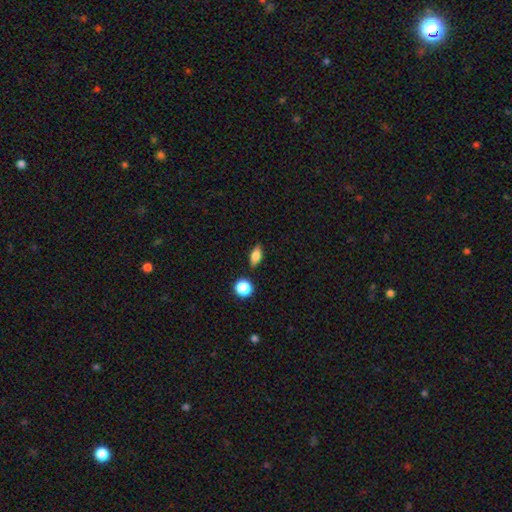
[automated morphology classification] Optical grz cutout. It shows a smooth galaxy with no disk features (79%) that is in between round and cigar-shaped (78%). Merging: none (84%).